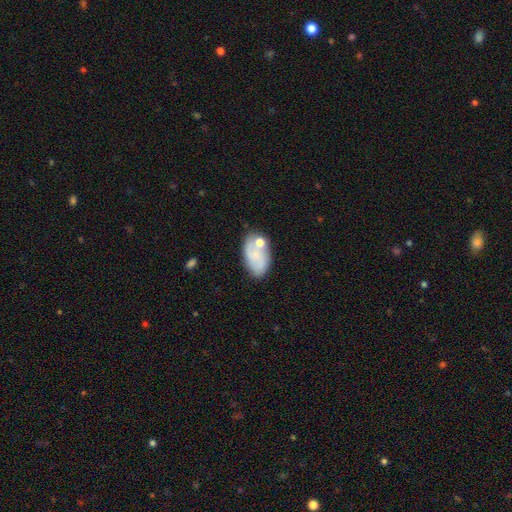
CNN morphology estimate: Smooth or featured: smooth — 58% (featured or disk — 34%)
How rounded: in between — 90% (round — 8%)
Merging: none — 52% (minor disturbance — 22%)